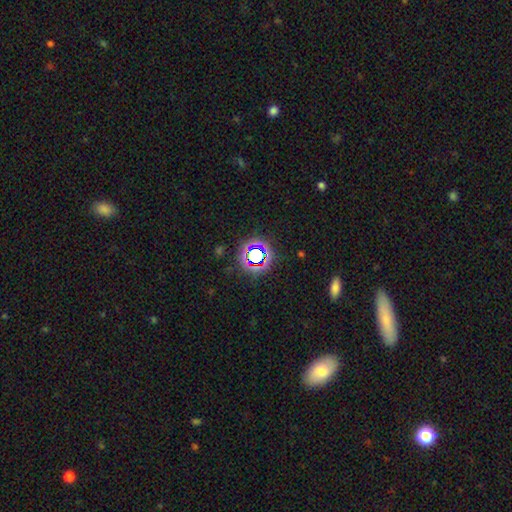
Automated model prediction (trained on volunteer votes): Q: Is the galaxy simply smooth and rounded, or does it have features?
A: star or artifact — 69%.